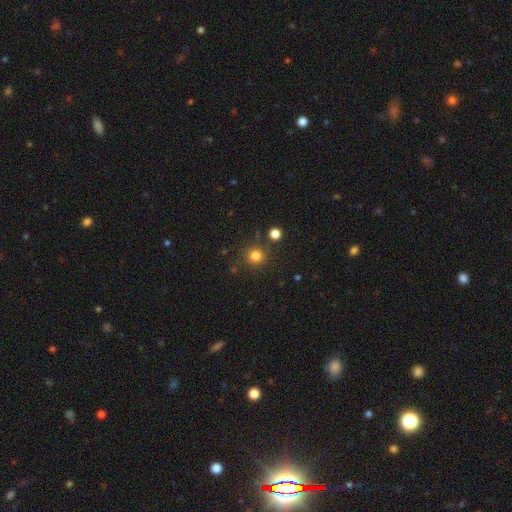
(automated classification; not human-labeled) Smooth or featured? smooth (80%)
How rounded? round (92%)
Merging? none (83%)